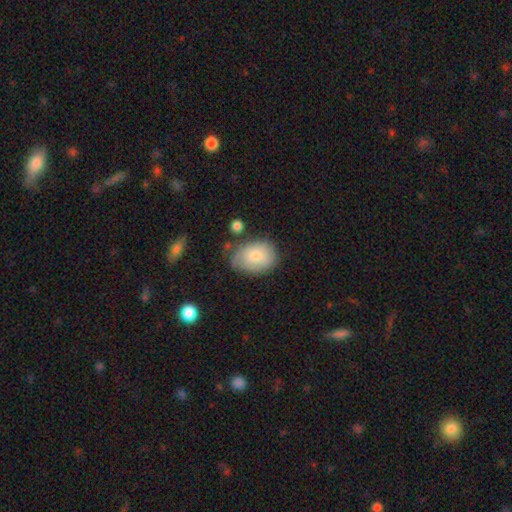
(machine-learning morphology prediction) A smooth galaxy with no disk features (74%) that is in between round and cigar-shaped (71%).

Vote fractions:
- Smooth or featured? smooth: 74% / featured or disk: 20% / star or artifact: 7%
- How rounded? in between: 71% / round: 28% / cigar-shaped: 1%
- Merging? none: 52% / minor disturbance: 32% / major disturbance: 10% / merger: 6%